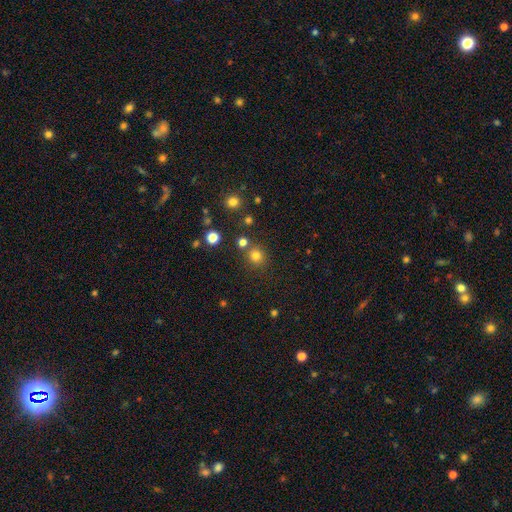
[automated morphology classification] A smooth galaxy with no disk features (77%) that is round (89%).

Vote fractions:
- Smooth or featured? smooth: 77% / star or artifact: 17% / featured or disk: 6%
- How rounded? round: 89% / in between: 10% / cigar-shaped: 1%
- Merging? none: 78% / merger: 10% / minor disturbance: 9% / major disturbance: 3%